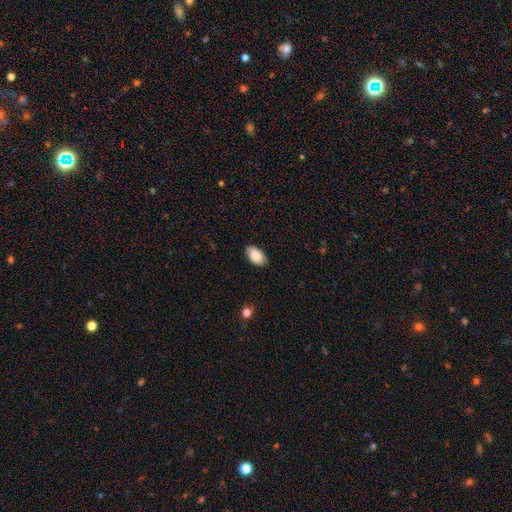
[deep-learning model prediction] The model was most divided on "merging": none: 85%, minor disturbance: 12%, major disturbance: 2%, merger: 1%. More confident: how rounded — in between (94%); smooth or featured — smooth (88%).